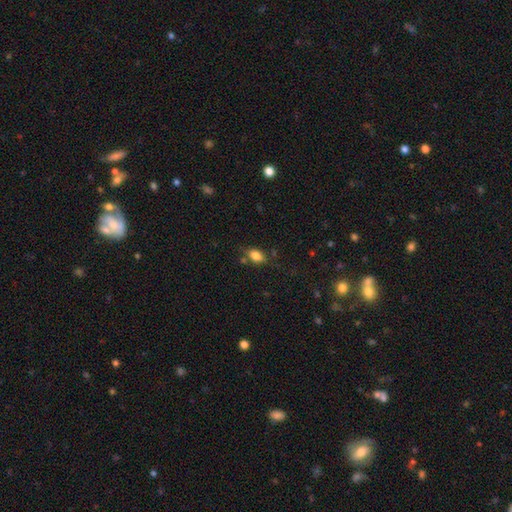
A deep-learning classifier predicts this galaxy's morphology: smooth-or-featured: smooth: 82% | star or artifact: 9% | featured or disk: 9%
  how-rounded: in between: 84% | round: 12% | cigar-shaped: 4%
  merging: none: 69% | minor disturbance: 18% | merger: 8% | major disturbance: 5%